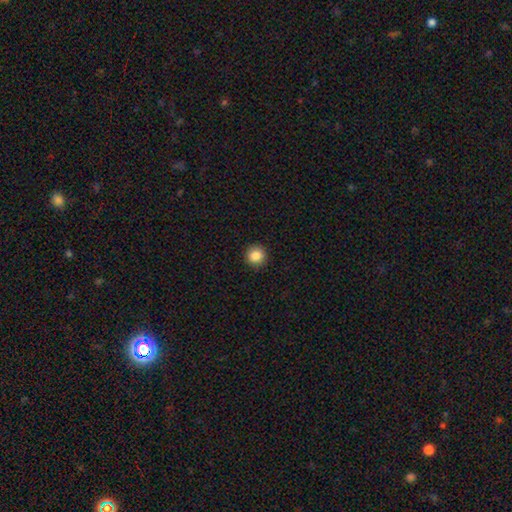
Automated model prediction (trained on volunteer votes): smooth-or-featured: smooth: 87% | star or artifact: 9% | featured or disk: 4%
  how-rounded: round: 94% | in between: 5% | cigar-shaped: 1%
  merging: none: 92% | minor disturbance: 5% | major disturbance: 2% | merger: 1%